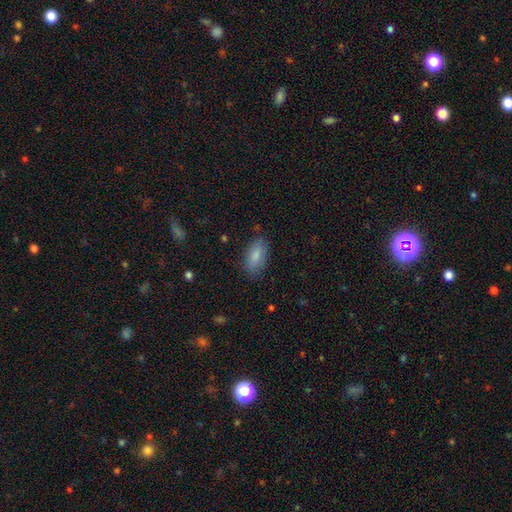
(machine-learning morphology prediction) Smooth or featured? smooth (84%)
How rounded? in between (90%)
Merging? none (81%)